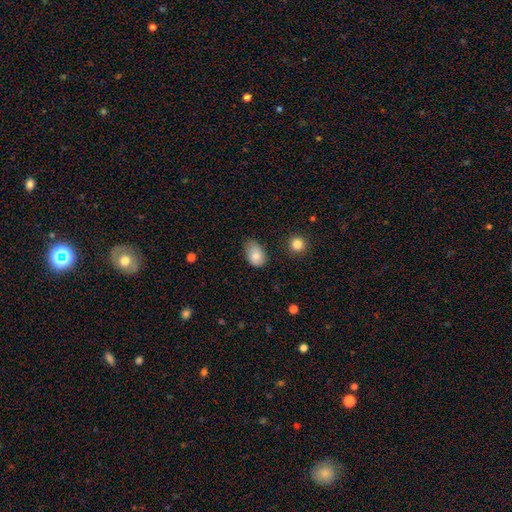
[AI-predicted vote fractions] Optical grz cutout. It shows a smooth galaxy with no disk features (81%) that is in between round and cigar-shaped (80%). Merging: none (55%).